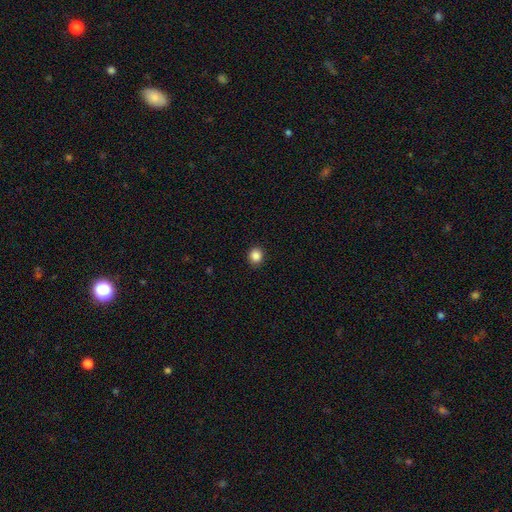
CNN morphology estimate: Smooth or featured? Predicted: smooth (p=0.86). How rounded? Predicted: round (p=0.84). Merging? Predicted: none (p=0.91).